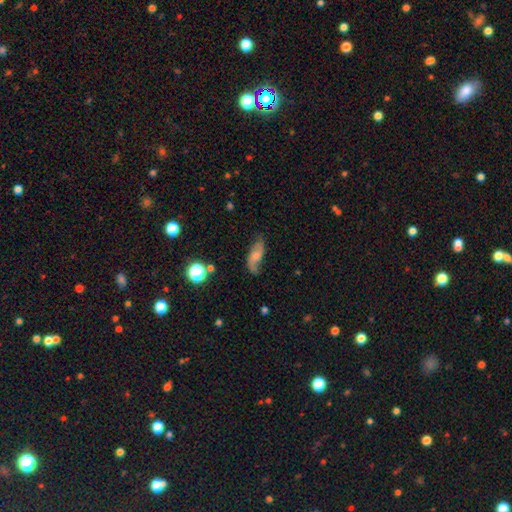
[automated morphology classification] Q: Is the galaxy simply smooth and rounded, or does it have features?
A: featured or disk — 59%.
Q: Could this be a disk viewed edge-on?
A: no — 91%.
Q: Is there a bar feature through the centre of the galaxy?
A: no — 61%.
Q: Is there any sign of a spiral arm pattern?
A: yes — 89%.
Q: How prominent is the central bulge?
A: moderate — 43%.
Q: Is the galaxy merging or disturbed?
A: none — 64%.